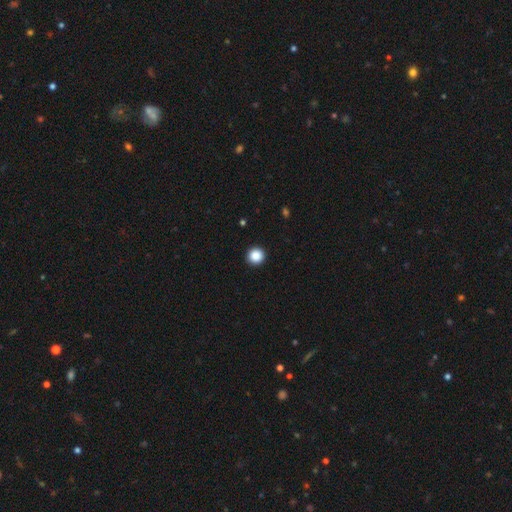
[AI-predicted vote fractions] Overall: smooth (88%). How rounded: round (94%). Merging: none (93%).